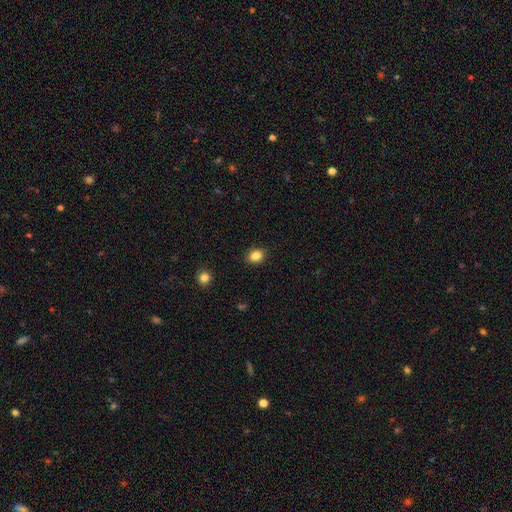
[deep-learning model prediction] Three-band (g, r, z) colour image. It shows a smooth galaxy with no disk features (84%) that is in between round and cigar-shaped (60%). Merging: none (89%).